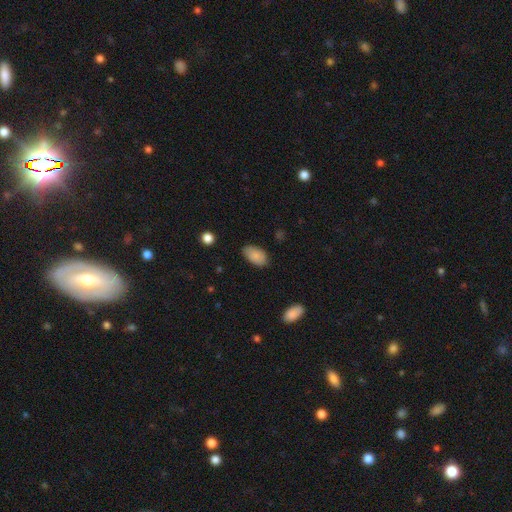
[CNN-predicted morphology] A smooth galaxy with no disk features (86%) that is in between round and cigar-shaped (94%).

Vote fractions:
- Smooth or featured? smooth: 86% / featured or disk: 7% / star or artifact: 7%
- How rounded? in between: 94% / round: 4% / cigar-shaped: 2%
- Merging? none: 80% / minor disturbance: 15% / major disturbance: 3% / merger: 1%